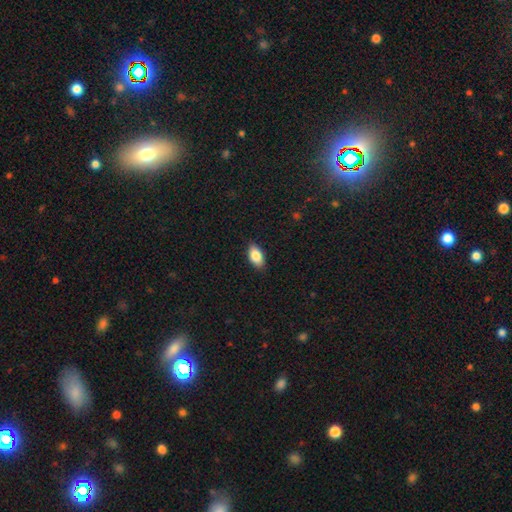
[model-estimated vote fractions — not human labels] This is clearly a smooth galaxy (84%). How rounded: clearly in between (92%). Merging: clearly none (88%).